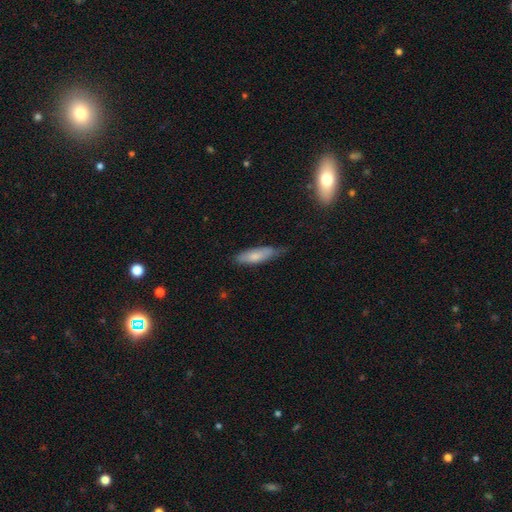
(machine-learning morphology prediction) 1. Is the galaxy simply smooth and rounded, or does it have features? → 74% smooth, 20% featured or disk, 6% star or artifact.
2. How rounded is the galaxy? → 52% cigar-shaped, 47% in between, 2% round.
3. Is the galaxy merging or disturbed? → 56% none, 35% minor disturbance, 7% major disturbance, 2% merger.